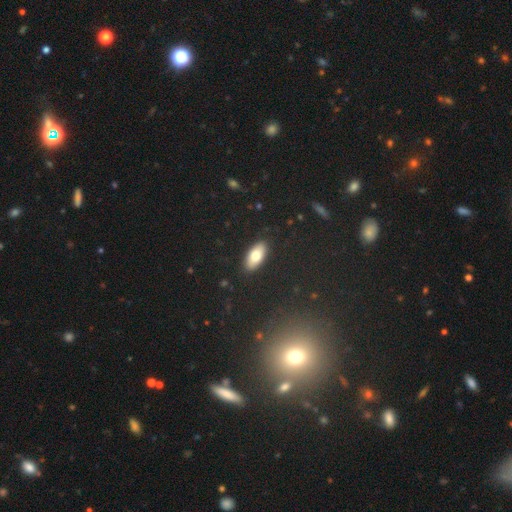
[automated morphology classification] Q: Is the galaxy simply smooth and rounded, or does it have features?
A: smooth — 79%.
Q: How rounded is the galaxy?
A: in between — 89%.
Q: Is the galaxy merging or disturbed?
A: none — 88%.